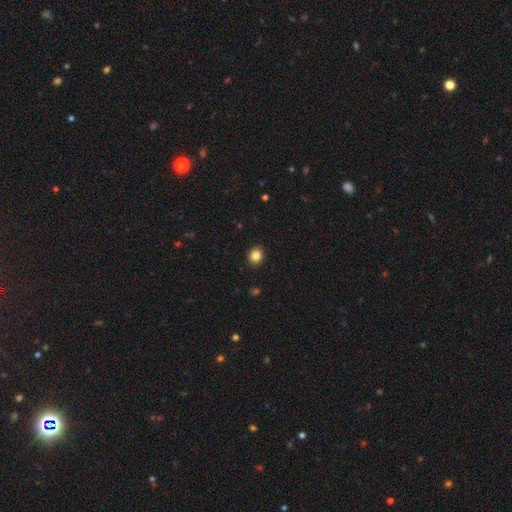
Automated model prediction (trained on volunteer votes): This appears to be a smooth galaxy with no disk features (85%) that is round (80%). Merging: none (92%).